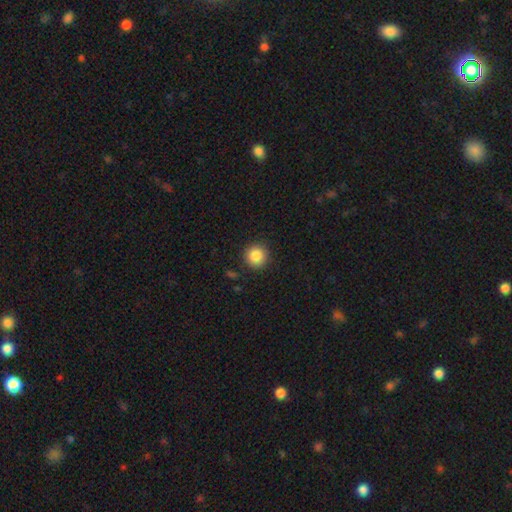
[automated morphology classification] A smooth galaxy with no disk features (86%) that is round (94%). Merging: none (91%).